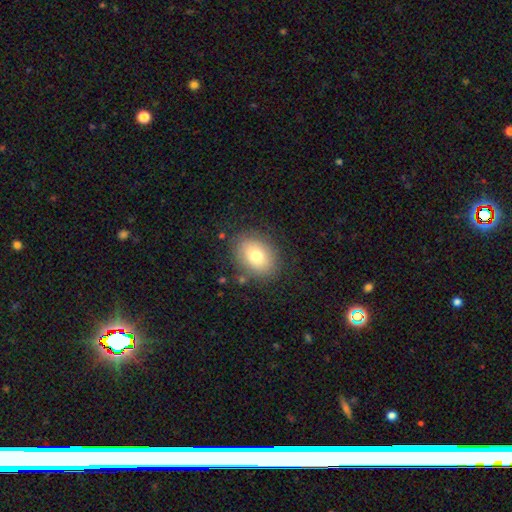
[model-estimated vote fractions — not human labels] Morphology: type=smooth (76%); roundness=in between (69%); merging=none (82%).